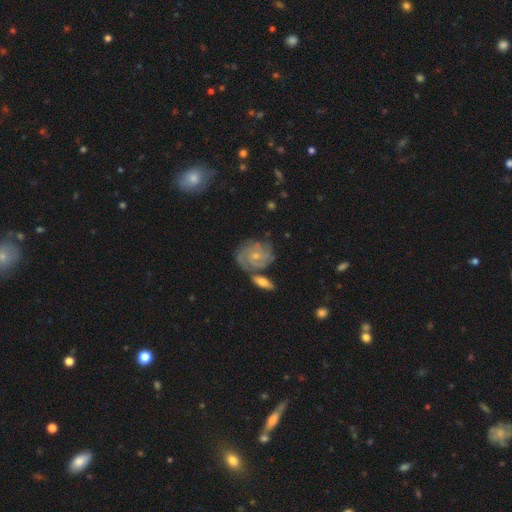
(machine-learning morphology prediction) A featured or disk galaxy (79%) with no bar (69%), tight (68%) spiral arms (94%) and a small central bulge (67%). Merging: none (63%).